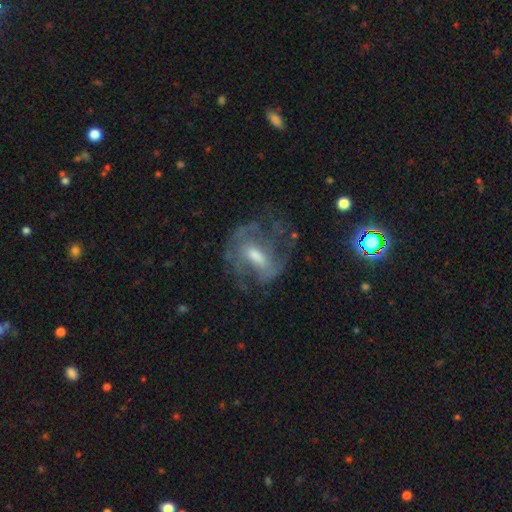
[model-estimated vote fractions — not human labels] The model was most divided on "spiral arm count": 2: 47%, can't tell: 31%, 3: 10%, 1: 5%, 4: 3%, more than 4: 3%. Remaining: edge-on disk — no (95%); spiral arms — yes (78%); smooth or featured — featured or disk (75%); bulge size — moderate (54%); merging — none (53%); bar — weak (48%); spiral winding — medium (48%).